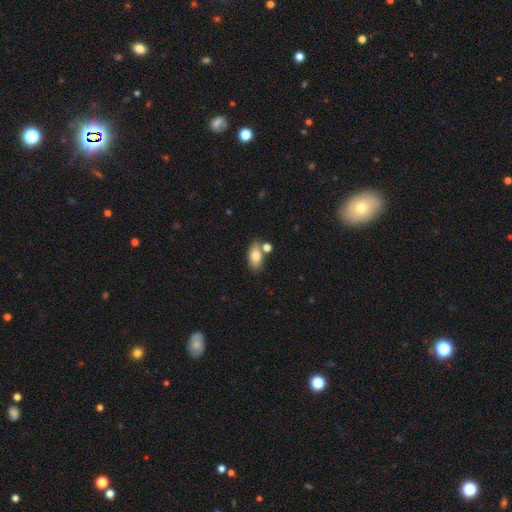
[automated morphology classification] type=smooth (79%); roundness=in between (90%); merging=none (67%).